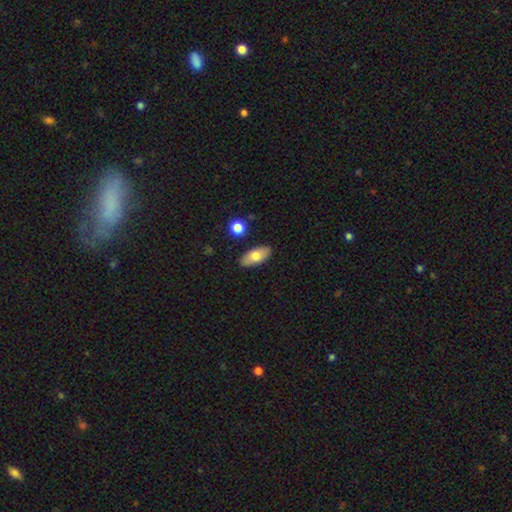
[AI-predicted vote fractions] Overall: smooth (73%). How rounded: in between (86%). Merging: none (87%).